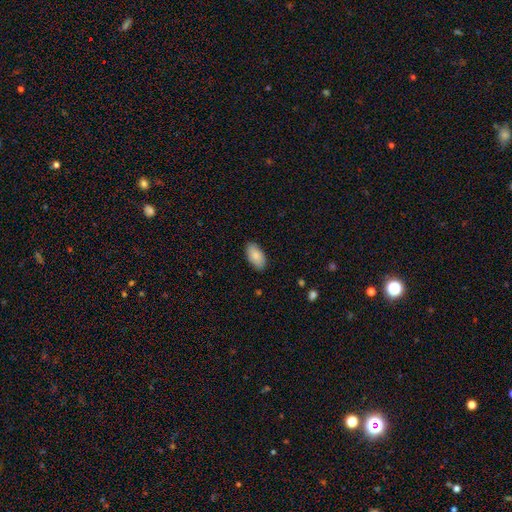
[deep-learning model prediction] This appears to be a smooth galaxy with no disk features (87%) that is in between round and cigar-shaped (95%). Merging: none (86%).